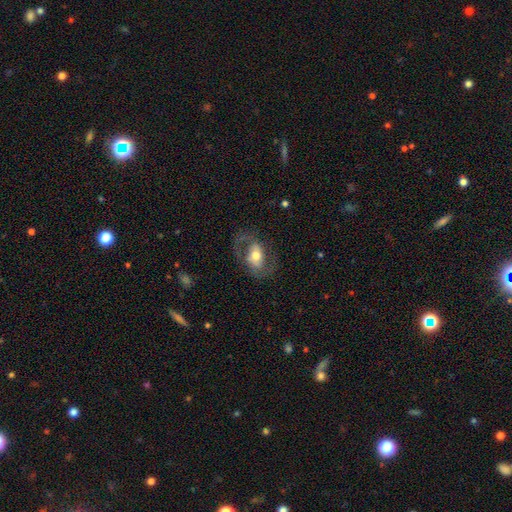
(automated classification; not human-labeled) A featured or disk galaxy (65%) with no bar (38%), spiral arms (73%) and a moderate central bulge (65%). Merging: none (66%).